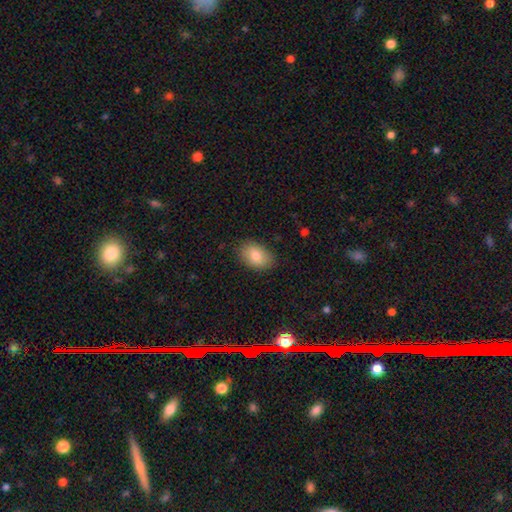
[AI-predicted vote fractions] Morphology: type=smooth (82%); roundness=in between (87%); merging=none (86%).